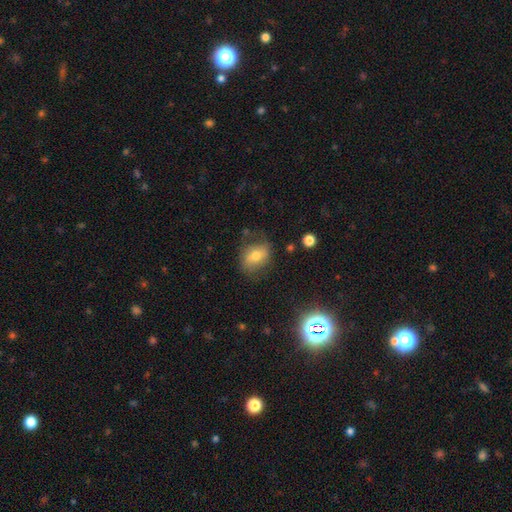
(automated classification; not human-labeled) Smooth or featured? smooth (58%)
How rounded? in between (62%)
Merging? none (68%)